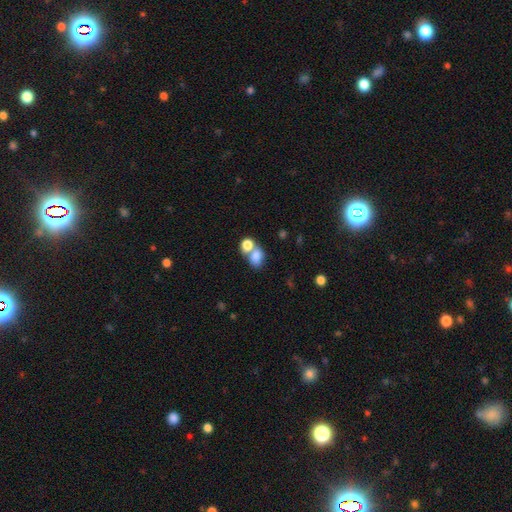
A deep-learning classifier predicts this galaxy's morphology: Smooth or featured: smooth — 79% (featured or disk — 11%)
How rounded: in between — 65% (round — 34%)
Merging: merger — 56% (none — 30%)